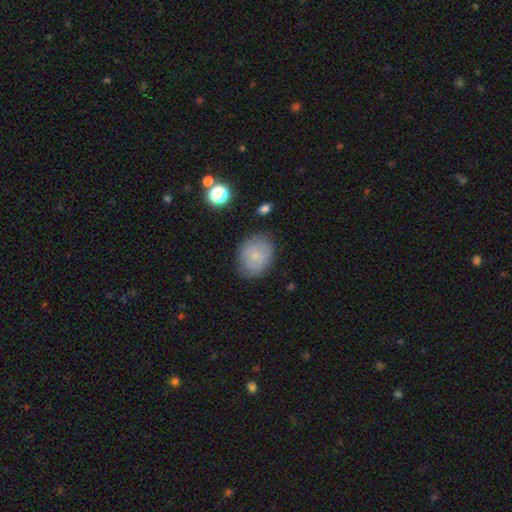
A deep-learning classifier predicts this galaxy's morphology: Q: Smooth or featured?
A: smooth (67%); runner-up: featured or disk (24%)
Q: How rounded?
A: round (55%); runner-up: in between (44%)
Q: Merging?
A: none (75%); runner-up: minor disturbance (19%)